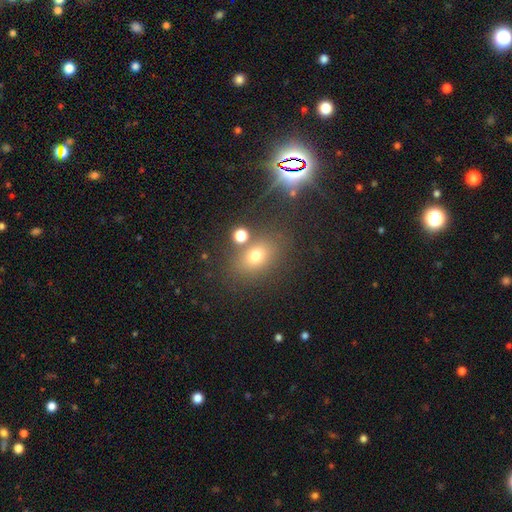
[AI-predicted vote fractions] smooth-or-featured: smooth: 69% | star or artifact: 19% | featured or disk: 13%
  how-rounded: in between: 60% | round: 39% | cigar-shaped: 2%
  merging: none: 70% | minor disturbance: 12% | merger: 12% | major disturbance: 6%